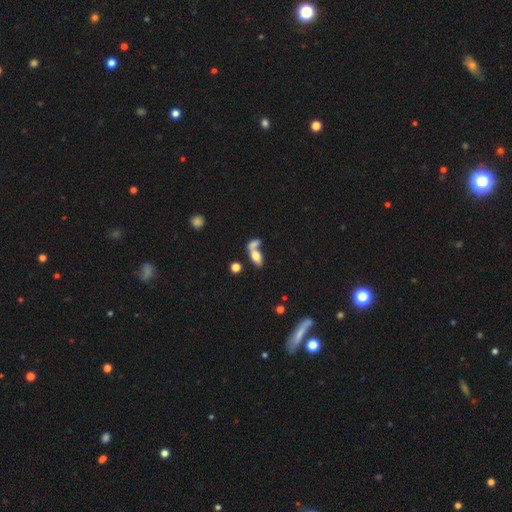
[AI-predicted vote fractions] Morphology: type=smooth (69%); roundness=in between (81%); merging=merger (57%).